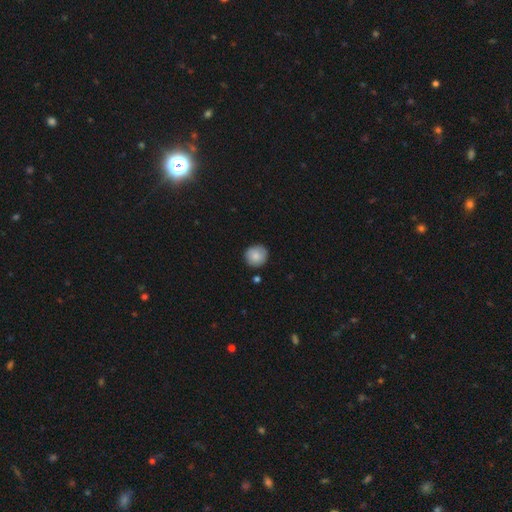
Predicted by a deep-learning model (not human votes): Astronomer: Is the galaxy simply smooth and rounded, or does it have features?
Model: smooth — 85%.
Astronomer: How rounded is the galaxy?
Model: round — 93%.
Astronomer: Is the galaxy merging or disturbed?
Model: none — 86%.